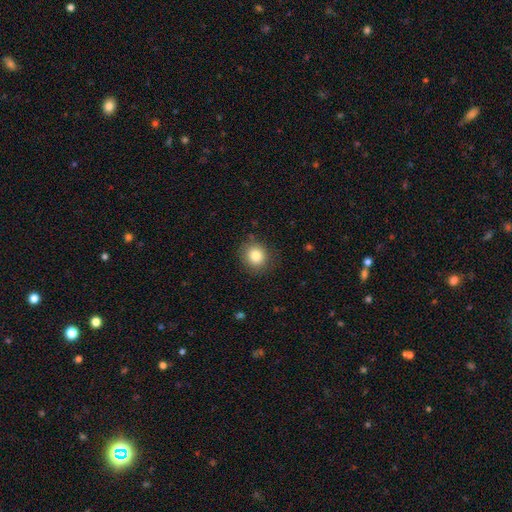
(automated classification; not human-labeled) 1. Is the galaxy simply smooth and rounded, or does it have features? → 82% smooth, 10% star or artifact, 7% featured or disk.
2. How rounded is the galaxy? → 88% round, 11% in between, 1% cigar-shaped.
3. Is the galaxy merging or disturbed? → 86% none, 10% minor disturbance, 3% major disturbance, 1% merger.